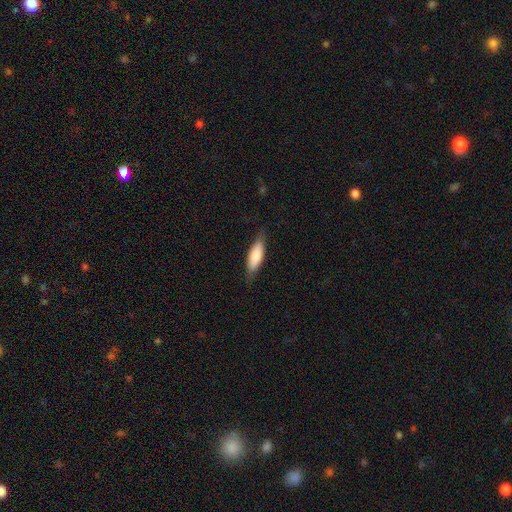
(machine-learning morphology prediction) Q: Smooth or featured?
A: smooth (76%); runner-up: featured or disk (18%)
Q: How rounded?
A: in between (58%); runner-up: cigar-shaped (41%)
Q: Merging?
A: none (77%); runner-up: minor disturbance (18%)